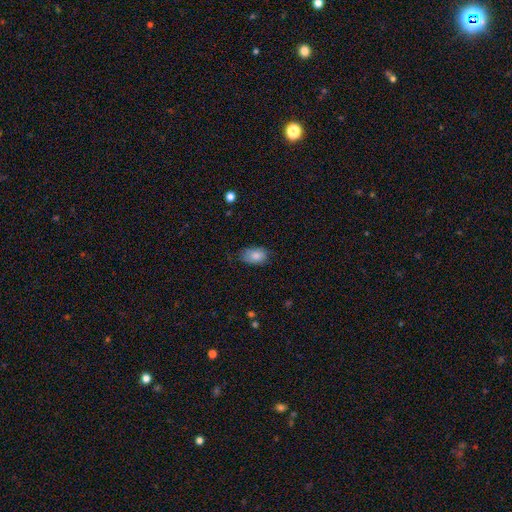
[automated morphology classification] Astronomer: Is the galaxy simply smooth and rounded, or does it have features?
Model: smooth — 85%.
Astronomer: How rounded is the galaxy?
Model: in between — 87%.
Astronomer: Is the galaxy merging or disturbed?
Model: none — 67%.